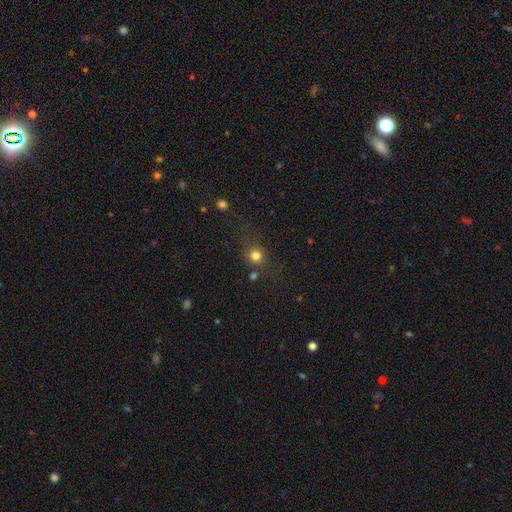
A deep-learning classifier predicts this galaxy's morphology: Smooth or featured: smooth — 78% (star or artifact — 15%)
How rounded: round — 87% (in between — 12%)
Merging: none — 75% (minor disturbance — 12%)